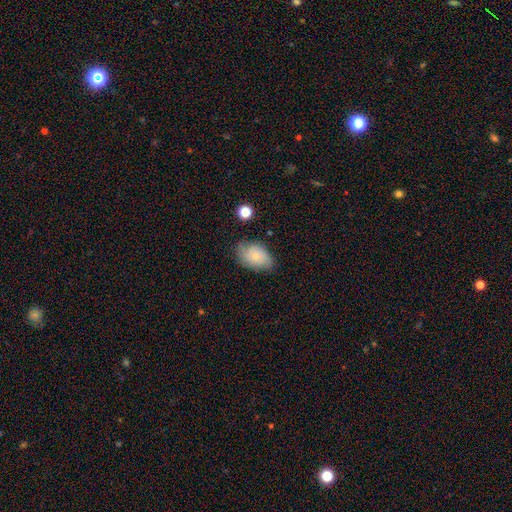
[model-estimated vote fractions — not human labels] Q: Smooth or featured?
A: smooth (56%); runner-up: featured or disk (35%)
Q: How rounded?
A: in between (83%); runner-up: round (16%)
Q: Merging?
A: none (65%); runner-up: minor disturbance (25%)